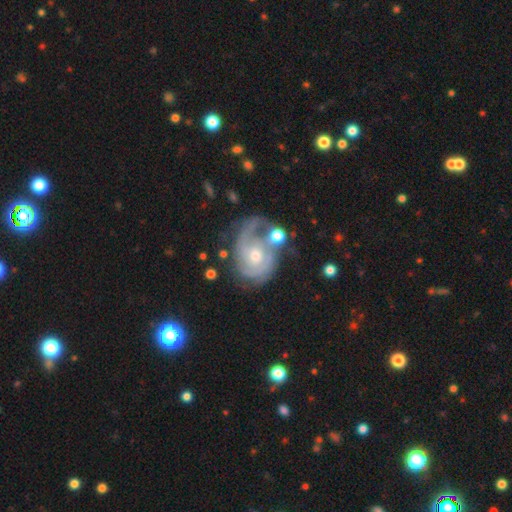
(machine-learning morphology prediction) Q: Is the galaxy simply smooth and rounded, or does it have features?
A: featured or disk — 84%.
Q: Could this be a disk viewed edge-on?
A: no — 98%.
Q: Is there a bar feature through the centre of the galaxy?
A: no — 71%.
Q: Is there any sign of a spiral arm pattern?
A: yes — 93%.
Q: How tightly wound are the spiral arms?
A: tight — 51%.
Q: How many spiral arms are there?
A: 2 — 39%.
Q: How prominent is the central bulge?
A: moderate — 57%.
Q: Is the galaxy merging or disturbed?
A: none — 42%.